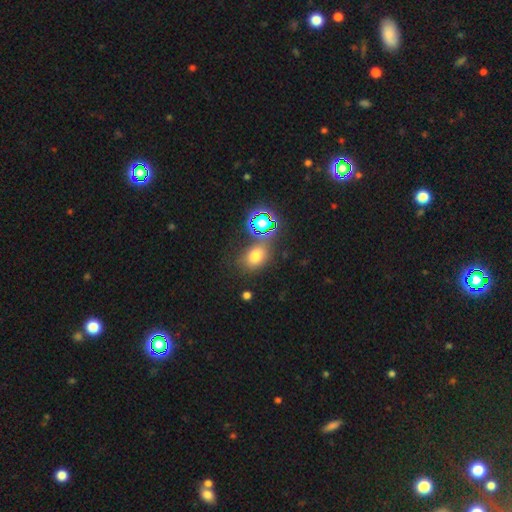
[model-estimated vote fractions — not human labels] smooth-or-featured: smooth: 66% | star or artifact: 24% | featured or disk: 10%
  how-rounded: in between: 61% | round: 38% | cigar-shaped: 1%
  merging: none: 68% | minor disturbance: 14% | merger: 11% | major disturbance: 6%